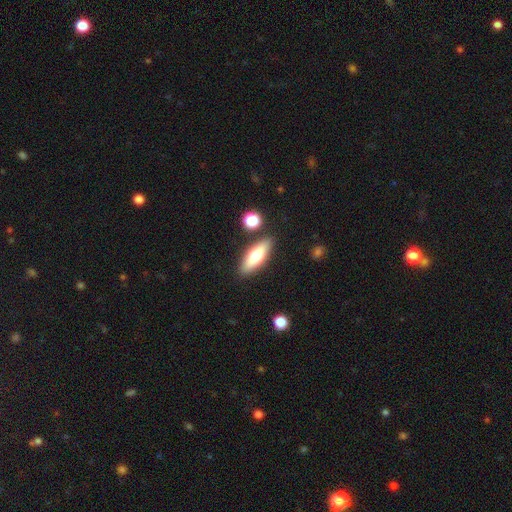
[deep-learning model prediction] A smooth galaxy with no disk features (68%) that is in between round and cigar-shaped (56%).

Vote fractions:
- Smooth or featured? smooth: 68% / featured or disk: 26% / star or artifact: 6%
- How rounded? in between: 56% / cigar-shaped: 41% / round: 3%
- Merging? none: 85% / minor disturbance: 9% / merger: 4% / major disturbance: 2%